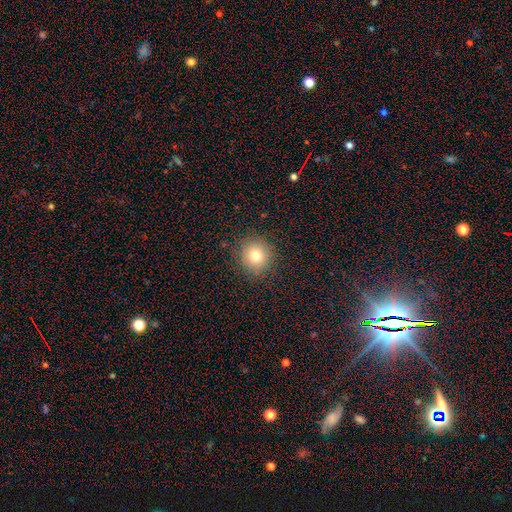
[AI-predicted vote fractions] Smooth or featured? smooth (77%)
How rounded? round (89%)
Merging? none (88%)